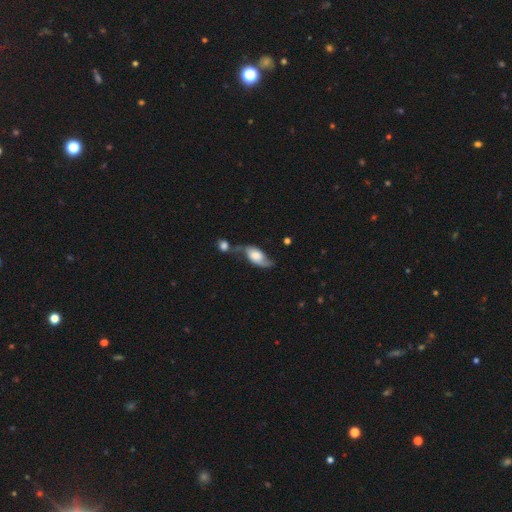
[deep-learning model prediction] The model was most divided on "merging": merger: 36%, none: 31%, minor disturbance: 18%, major disturbance: 15%. More confident: edge-on disk — no (87%); smooth or featured — featured or disk (57%).